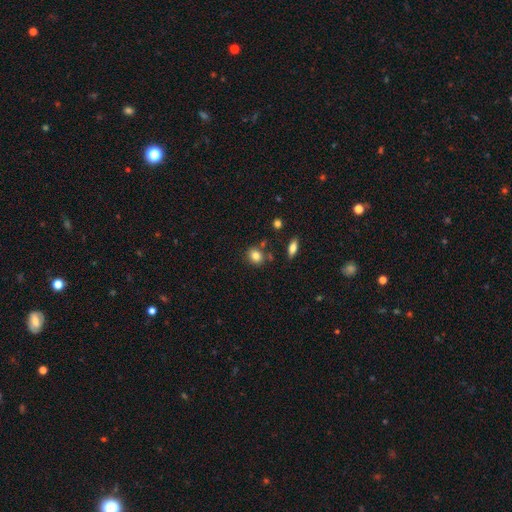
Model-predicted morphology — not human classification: Smooth or featured? smooth (82%)
How rounded? round (60%)
Merging? none (76%)